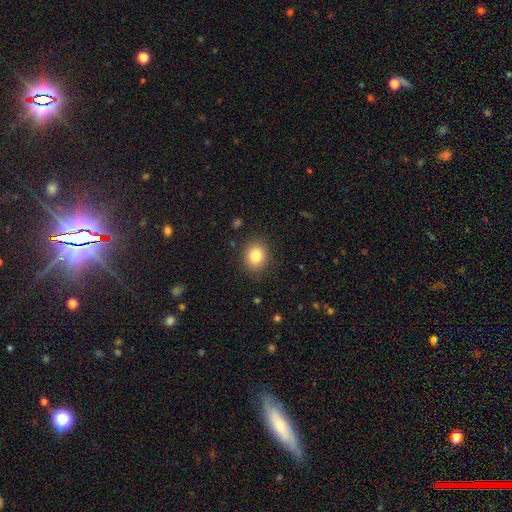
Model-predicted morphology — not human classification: type=smooth (84%); roundness=round (58%); merging=none (86%).